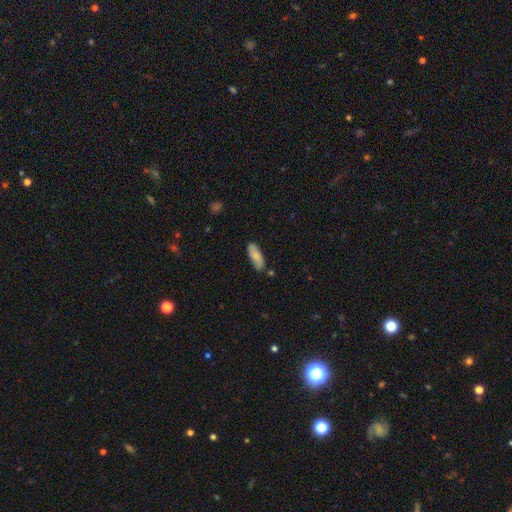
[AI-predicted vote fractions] Smooth or featured? smooth (76%)
How rounded? in between (61%)
Merging? none (75%)